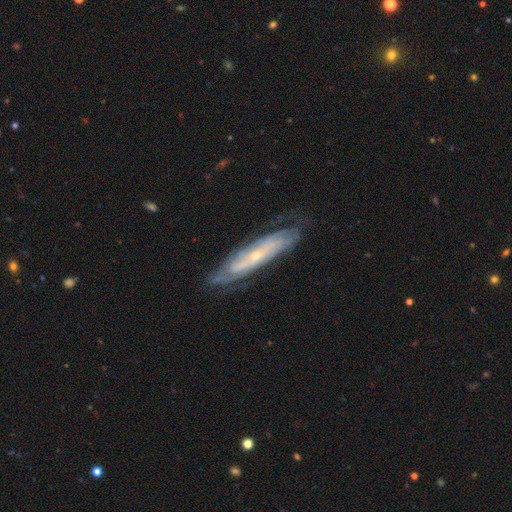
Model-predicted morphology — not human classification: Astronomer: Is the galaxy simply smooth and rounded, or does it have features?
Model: featured or disk — 73%.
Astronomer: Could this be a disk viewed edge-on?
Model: no — 59% (runner-up: yes, 41%).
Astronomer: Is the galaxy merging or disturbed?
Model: none — 72%.